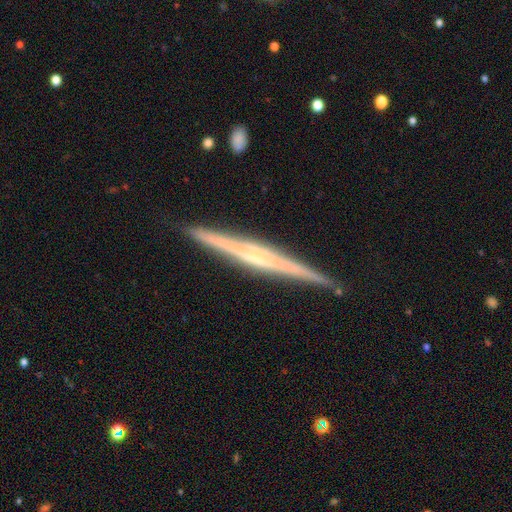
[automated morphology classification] Smooth or featured?
  - featured or disk: 78% *
  - smooth: 16%
  - star or artifact: 6%
Edge-on disk?
  - yes: 98% *
  - no: 2%
Edge-on bulge?
  - rounded: 41% *
  - none: 38%
  - boxy: 21%
Merging?
  - none: 89% *
  - minor disturbance: 8%
  - major disturbance: 2%
  - merger: 1%